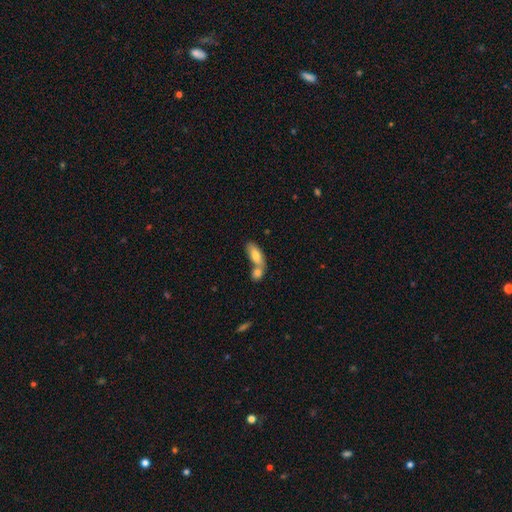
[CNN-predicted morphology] Overall: smooth (76%). How rounded: in between (77%). Merging: merger (60%; none 29%).